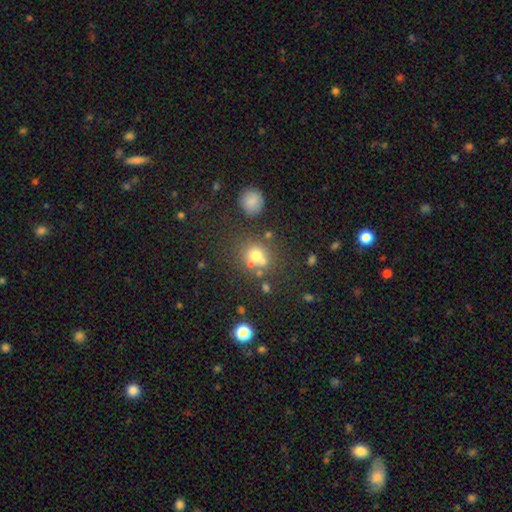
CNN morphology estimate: A smooth galaxy with no disk features (65%) that is round (79%). Merging: none (53%).